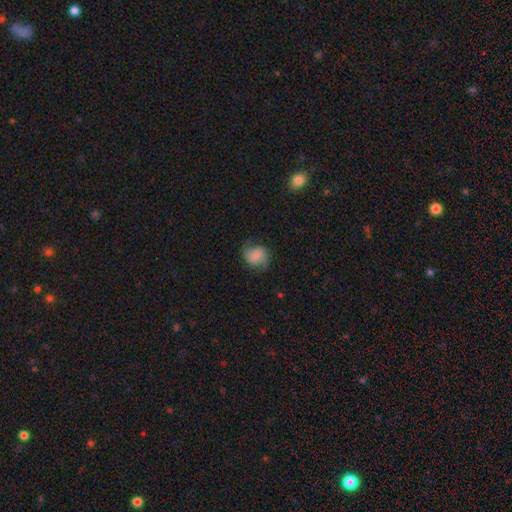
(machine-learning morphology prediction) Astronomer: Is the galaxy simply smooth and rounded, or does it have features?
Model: smooth — 47% (runner-up: featured or disk, 43%).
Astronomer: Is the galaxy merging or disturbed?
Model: none — 70%.